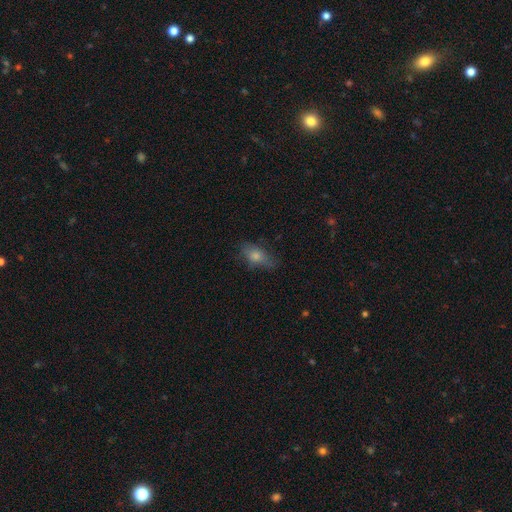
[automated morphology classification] smooth-or-featured: smooth: 61% | featured or disk: 25% | star or artifact: 14%
  how-rounded: in between: 74% | cigar-shaped: 17% | round: 9%
  merging: none: 72% | minor disturbance: 21% | major disturbance: 6% | merger: 1%